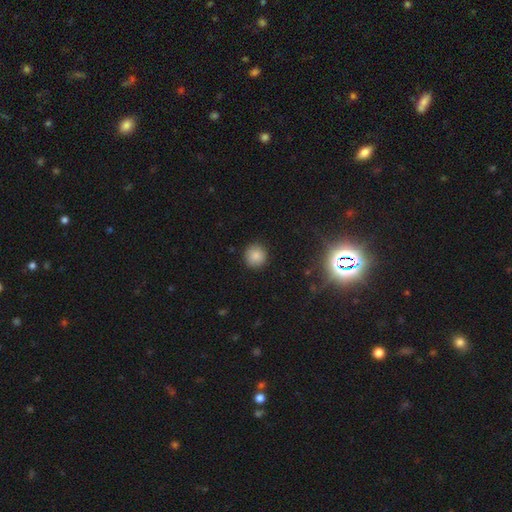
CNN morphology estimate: Q: Smooth or featured?
A: smooth (85%); runner-up: star or artifact (11%)
Q: How rounded?
A: round (93%); runner-up: in between (6%)
Q: Merging?
A: none (90%); runner-up: minor disturbance (6%)